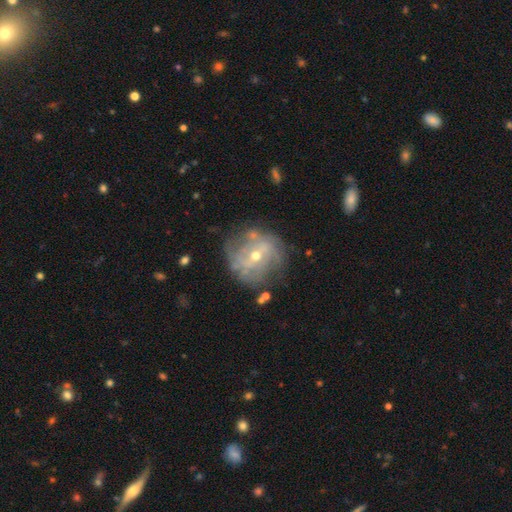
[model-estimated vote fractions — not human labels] Smooth or featured? Predicted: featured or disk (p=0.74). Edge-on disk? Predicted: no (p=0.96). Bar? Predicted: no (p=0.45). Spiral arms? Predicted: yes (p=0.70). Bulge size? Predicted: small (p=0.49). Merging? Predicted: none (p=0.65).